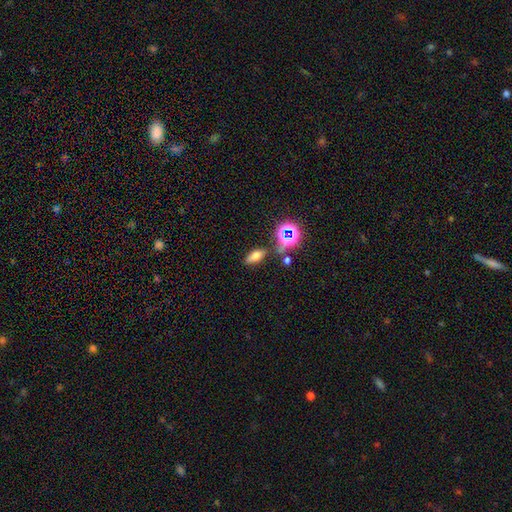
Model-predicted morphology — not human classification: smooth 65%, star or artifact 22%, featured or disk 13%. Down the decision tree: how rounded — in between (77%); merging — none (78%).